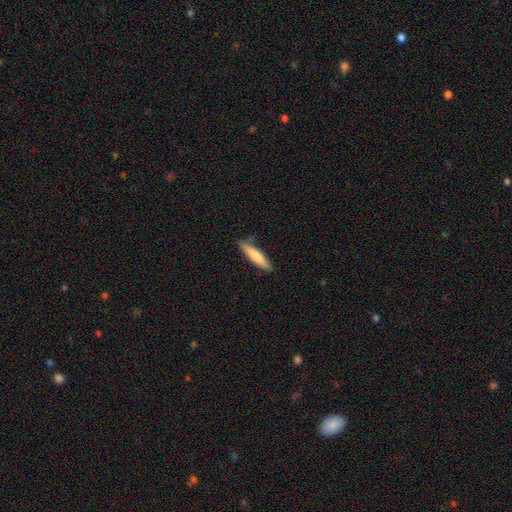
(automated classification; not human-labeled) The model was most divided on "smooth or featured": smooth: 77%, featured or disk: 17%, star or artifact: 5%. More confident: how rounded — cigar-shaped (82%); merging — none (80%).